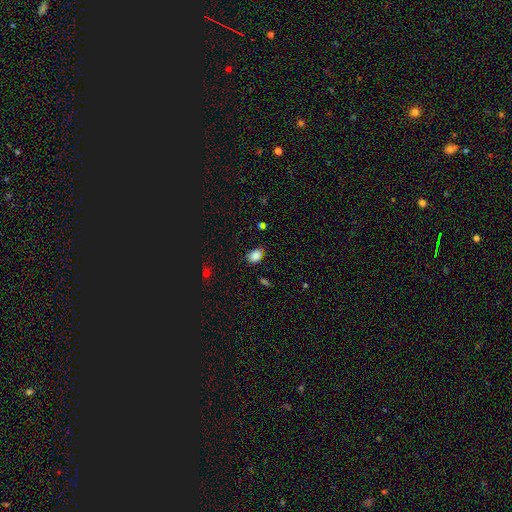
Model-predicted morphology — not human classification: type=smooth (85%); roundness=in between (76%); merging=none (69%).